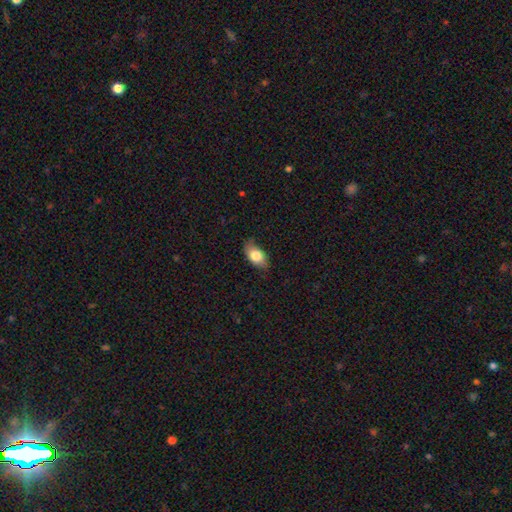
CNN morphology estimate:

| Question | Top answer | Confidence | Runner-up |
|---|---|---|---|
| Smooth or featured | smooth | 81% | featured or disk (12%) |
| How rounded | in between | 90% | round (7%) |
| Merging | none | 76% | minor disturbance (20%) |